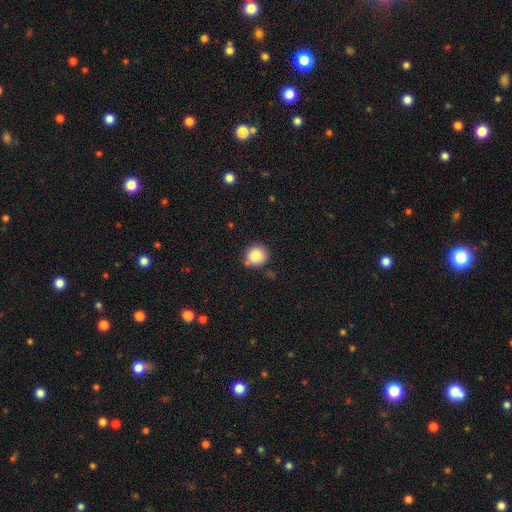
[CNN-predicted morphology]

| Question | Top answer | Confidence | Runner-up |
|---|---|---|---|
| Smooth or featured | smooth | 88% | star or artifact (9%) |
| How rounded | round | 90% | in between (9%) |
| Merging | none | 79% | minor disturbance (13%) |